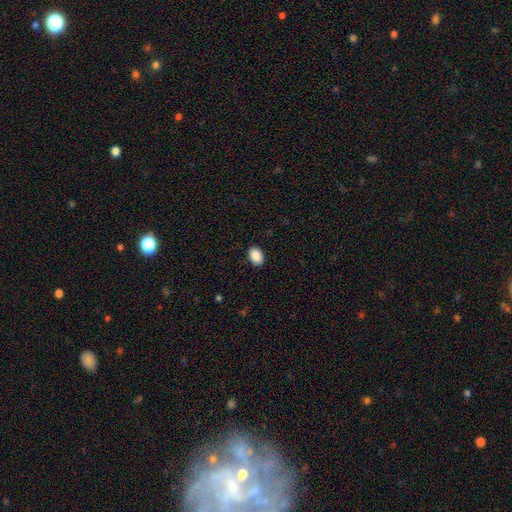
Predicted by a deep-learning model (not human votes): Smooth or featured? smooth (90%)
How rounded? in between (84%)
Merging? none (89%)